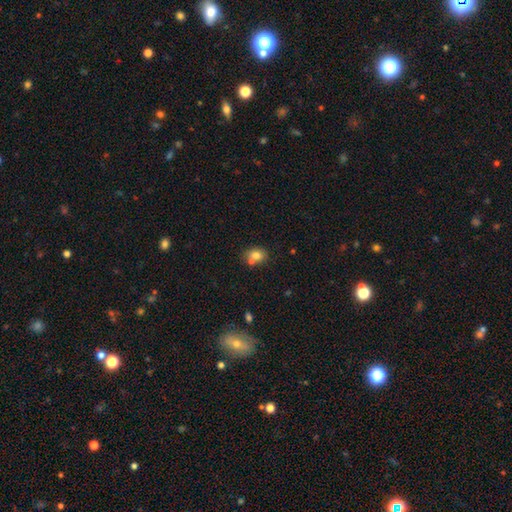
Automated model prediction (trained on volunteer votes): Smooth or featured: smooth — 77% (featured or disk — 12%)
How rounded: in between — 54% (round — 45%)
Merging: none — 52% (merger — 30%)